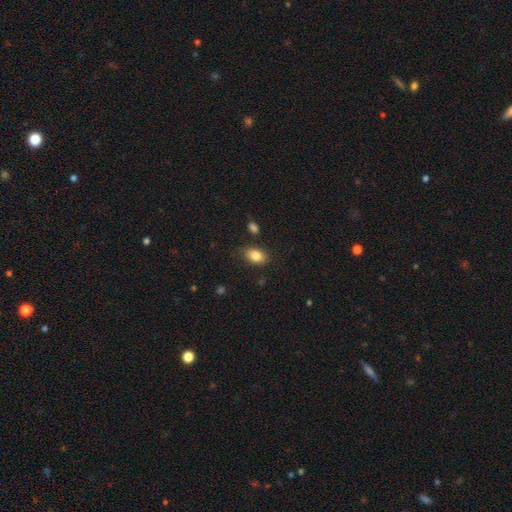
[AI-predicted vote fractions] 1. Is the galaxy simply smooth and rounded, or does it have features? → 84% smooth, 8% star or artifact, 8% featured or disk.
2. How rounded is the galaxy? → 85% in between, 13% round, 2% cigar-shaped.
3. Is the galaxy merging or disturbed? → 80% none, 14% minor disturbance, 3% major disturbance, 3% merger.